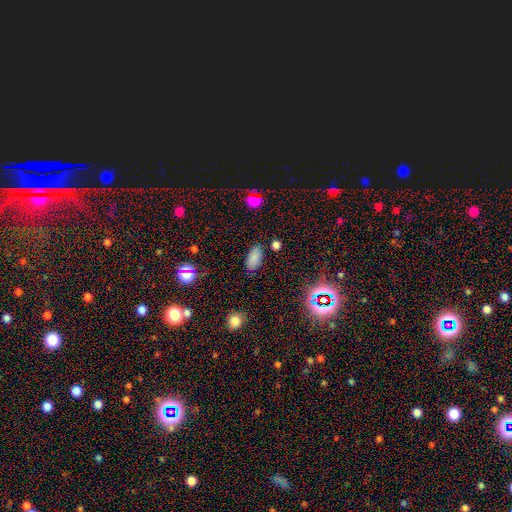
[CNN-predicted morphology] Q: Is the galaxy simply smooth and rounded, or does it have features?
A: smooth — 82%.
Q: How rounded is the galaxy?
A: in between — 91%.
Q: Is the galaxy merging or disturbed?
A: none — 84%.